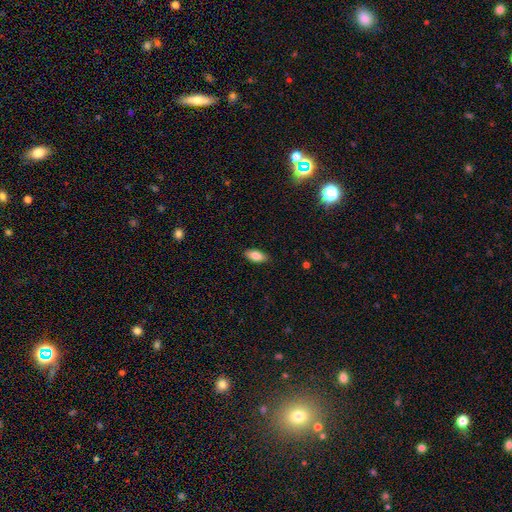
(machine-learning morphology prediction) Smooth or featured?
  - smooth: 84% *
  - featured or disk: 10%
  - star or artifact: 7%
How rounded?
  - in between: 87% *
  - cigar-shaped: 10%
  - round: 2%
Merging?
  - none: 86% *
  - minor disturbance: 11%
  - major disturbance: 2%
  - merger: 1%